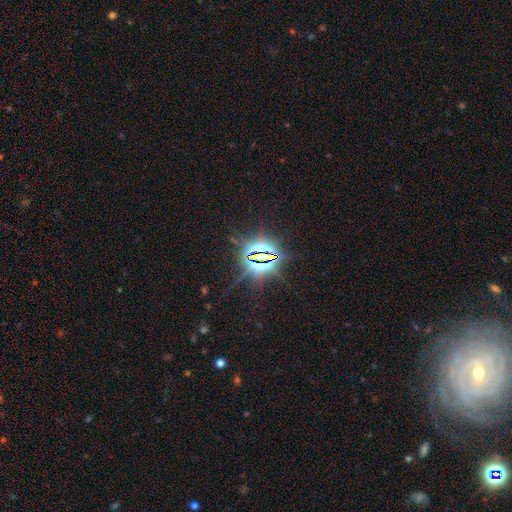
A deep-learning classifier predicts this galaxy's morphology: type=star or artifact (84%).